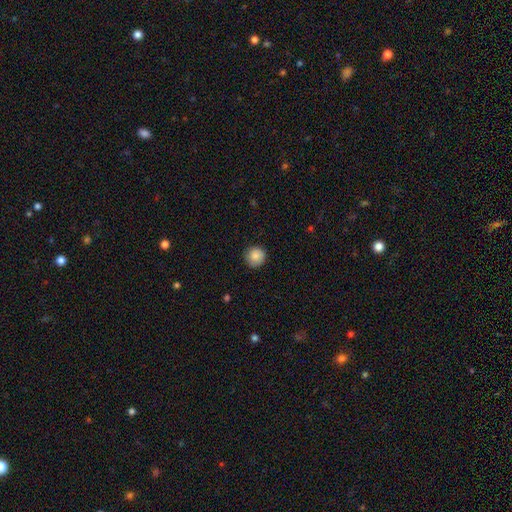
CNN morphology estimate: Smooth or featured? Predicted: smooth (p=0.86). How rounded? Predicted: round (p=0.94). Merging? Predicted: none (p=0.86).